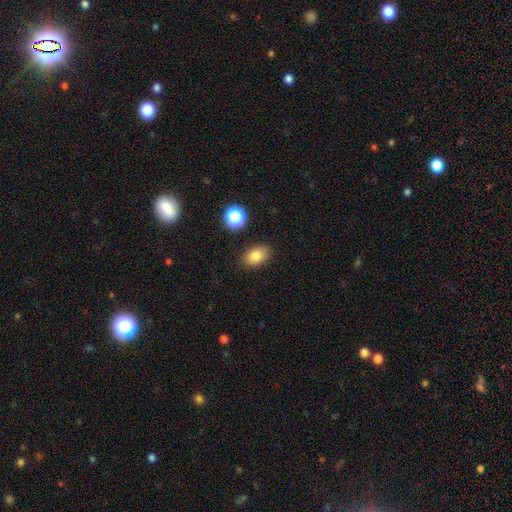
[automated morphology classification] A smooth galaxy with no disk features (82%) that is in between round and cigar-shaped (85%).

Vote fractions:
- Smooth or featured? smooth: 82% / star or artifact: 11% / featured or disk: 8%
- How rounded? in between: 85% / round: 14% / cigar-shaped: 1%
- Merging? none: 86% / minor disturbance: 10% / major disturbance: 3% / merger: 2%